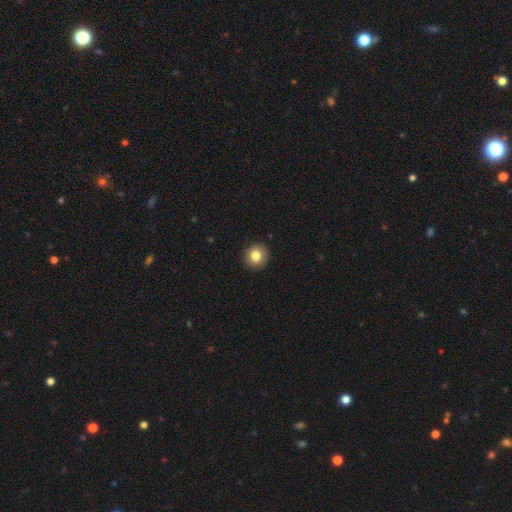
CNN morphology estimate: A smooth galaxy with no disk features (83%) that is round (91%). Merging: none (92%).